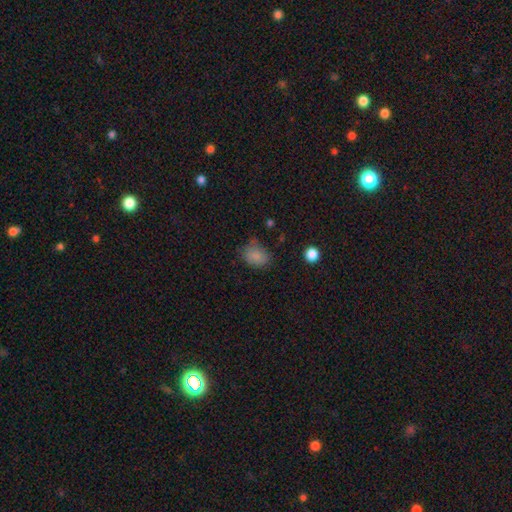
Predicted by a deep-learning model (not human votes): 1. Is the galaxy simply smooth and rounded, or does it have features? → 82% smooth, 11% star or artifact, 7% featured or disk.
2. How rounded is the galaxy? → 64% in between, 35% round, 1% cigar-shaped.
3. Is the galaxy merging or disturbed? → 57% none, 31% minor disturbance, 10% major disturbance, 3% merger.